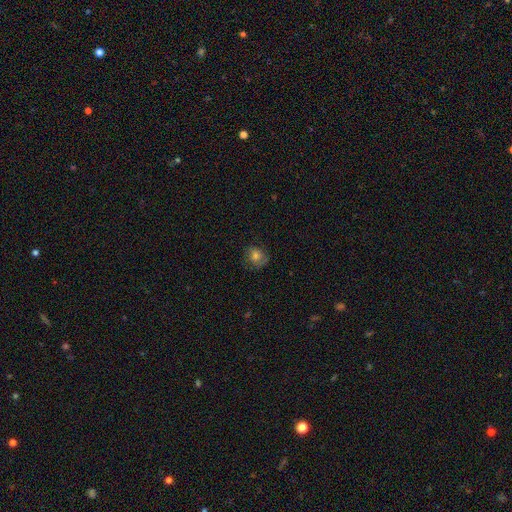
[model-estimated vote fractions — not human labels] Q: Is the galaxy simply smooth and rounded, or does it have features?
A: smooth — 69%.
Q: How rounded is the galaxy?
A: round — 71%.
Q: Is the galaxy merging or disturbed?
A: none — 72%.